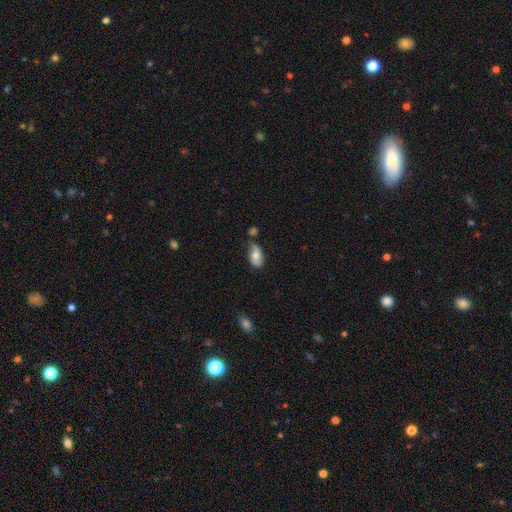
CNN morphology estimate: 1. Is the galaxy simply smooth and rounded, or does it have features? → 53% smooth, 39% featured or disk, 8% star or artifact.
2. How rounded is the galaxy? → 91% in between, 6% round, 4% cigar-shaped.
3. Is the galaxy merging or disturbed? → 54% none, 29% minor disturbance, 9% major disturbance, 8% merger.